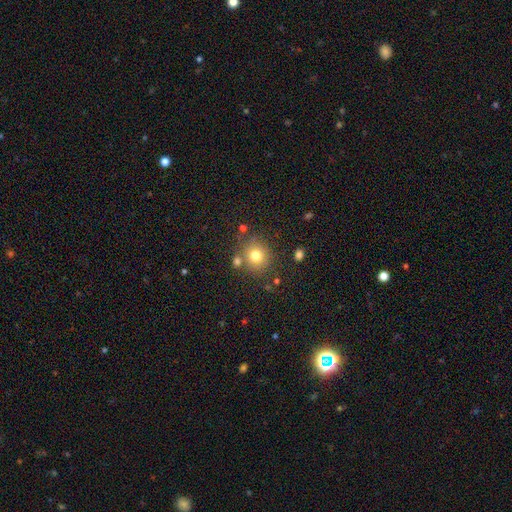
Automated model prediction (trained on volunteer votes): A smooth galaxy with no disk features (77%) that is round (86%). Merging: none (76%).